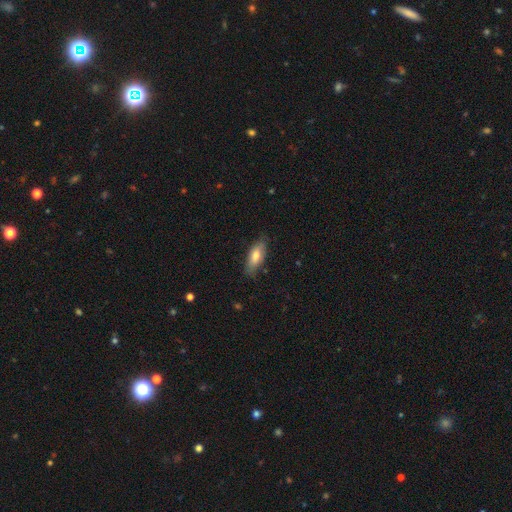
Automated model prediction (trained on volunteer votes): Q: Smooth or featured?
A: smooth (73%); runner-up: featured or disk (20%)
Q: How rounded?
A: in between (73%); runner-up: cigar-shaped (25%)
Q: Merging?
A: none (78%); runner-up: minor disturbance (18%)